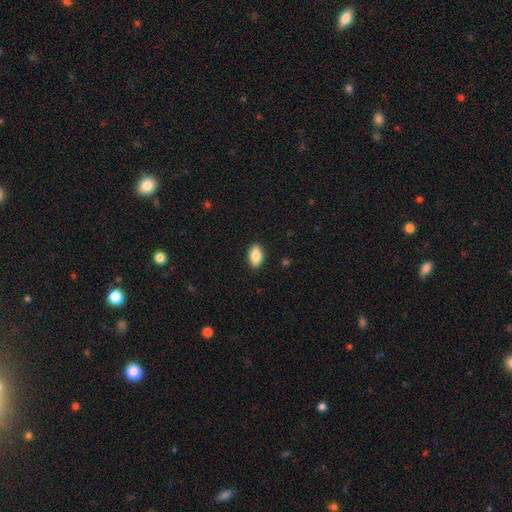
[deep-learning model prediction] A smooth galaxy with no disk features (86%) that is in between round and cigar-shaped (91%). Merging: none (89%).